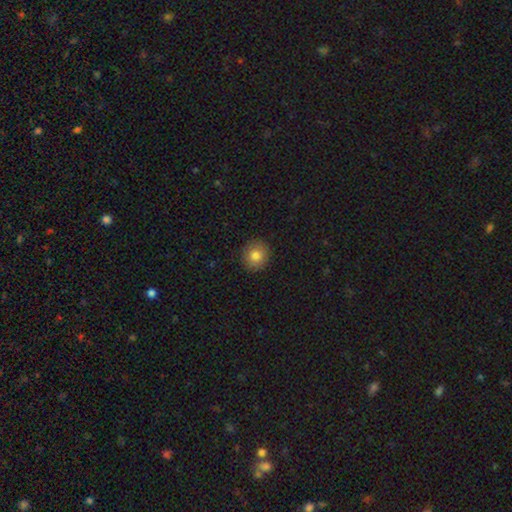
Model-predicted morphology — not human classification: A smooth galaxy with no disk features (80%) that is round (90%). Merging: none (90%).